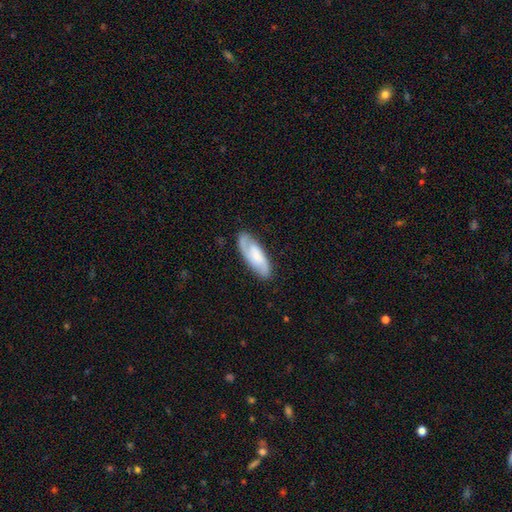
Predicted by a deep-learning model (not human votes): Smooth or featured? featured or disk (62%)
Edge-on disk? no (90%)
Bar? no (55%)
Spiral arms? yes (93%)
Spiral winding? medium (43%)
Spiral arm count? 2 (72%)
Bulge size? small (44%)
Merging? none (78%)